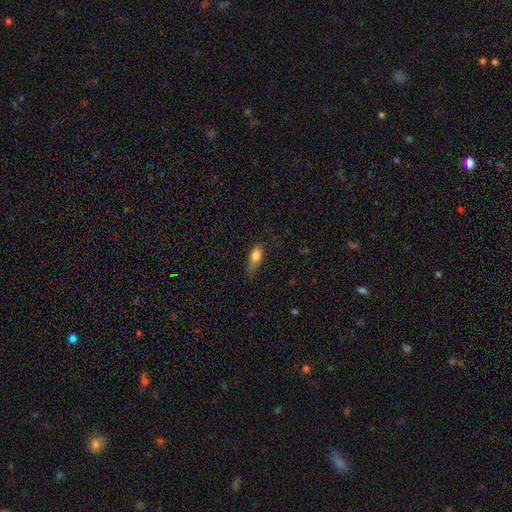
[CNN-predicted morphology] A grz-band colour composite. It shows a smooth galaxy with no disk features (79%) that is in between round and cigar-shaped (77%). Merging: none (51%).